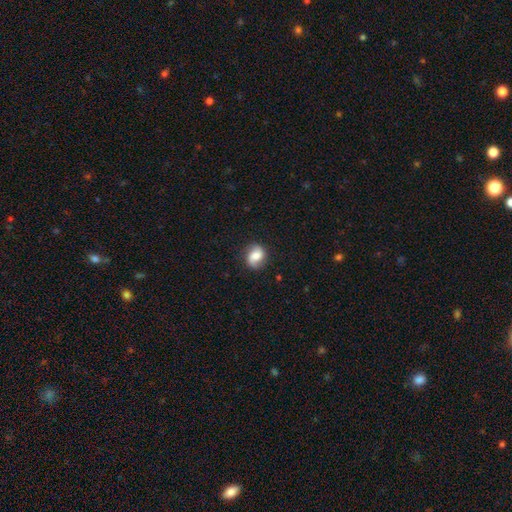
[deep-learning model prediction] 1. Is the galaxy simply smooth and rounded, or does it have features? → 52% smooth, 39% featured or disk, 9% star or artifact.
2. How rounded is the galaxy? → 62% round, 37% in between, 1% cigar-shaped.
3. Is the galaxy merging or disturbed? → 81% none, 14% minor disturbance, 4% major disturbance, 1% merger.